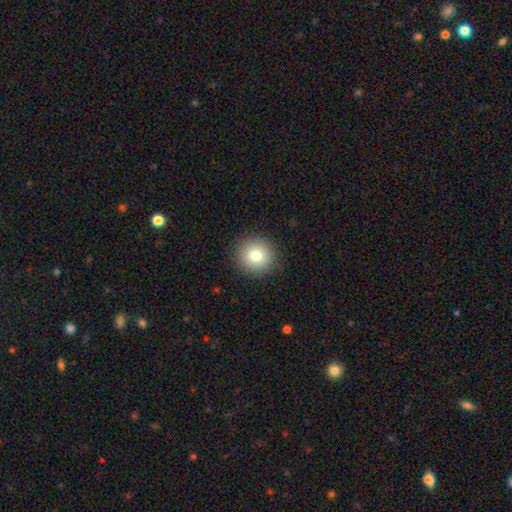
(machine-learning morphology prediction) Smooth or featured?
  - smooth: 78% *
  - star or artifact: 11%
  - featured or disk: 11%
How rounded?
  - round: 92% *
  - in between: 7%
  - cigar-shaped: 1%
Merging?
  - none: 90% *
  - minor disturbance: 6%
  - major disturbance: 2%
  - merger: 1%